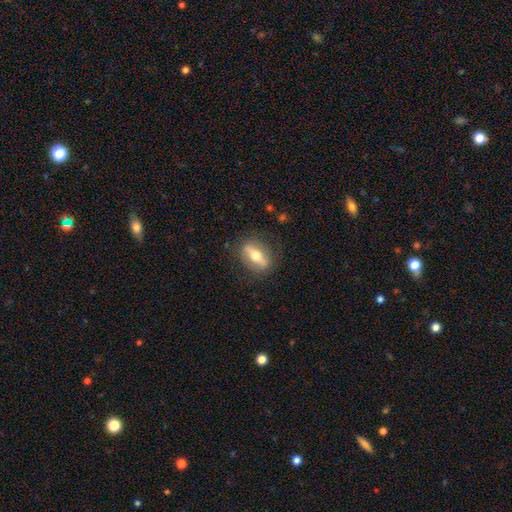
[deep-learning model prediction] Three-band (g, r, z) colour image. It shows a featured or disk galaxy (55%) viewed edge-on (57%). Merging: none (82%).